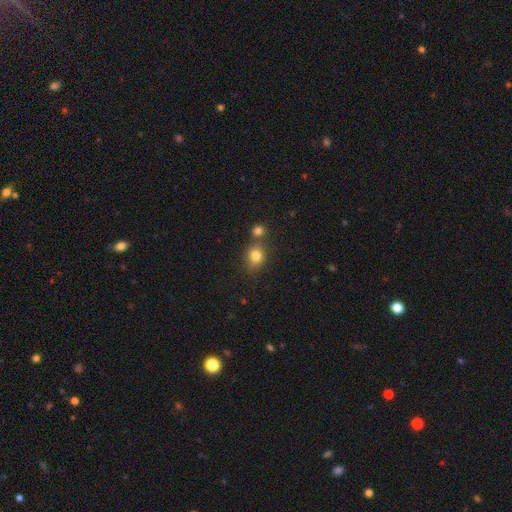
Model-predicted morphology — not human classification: type=smooth (80%); roundness=round (61%); merging=none (57%).